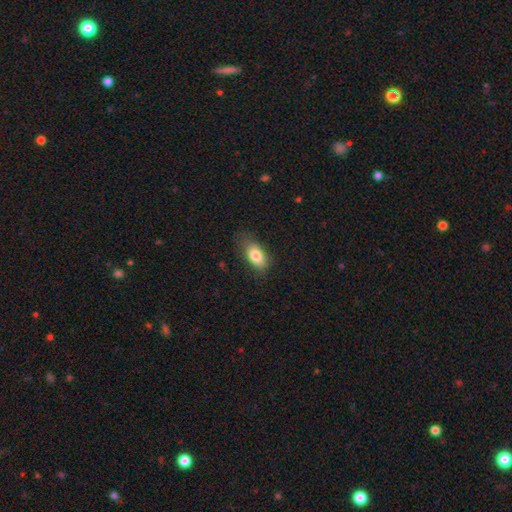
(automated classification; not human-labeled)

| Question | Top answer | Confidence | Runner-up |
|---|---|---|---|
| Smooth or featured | smooth | 82% | featured or disk (10%) |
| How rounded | in between | 90% | round (6%) |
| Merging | none | 67% | minor disturbance (24%) |